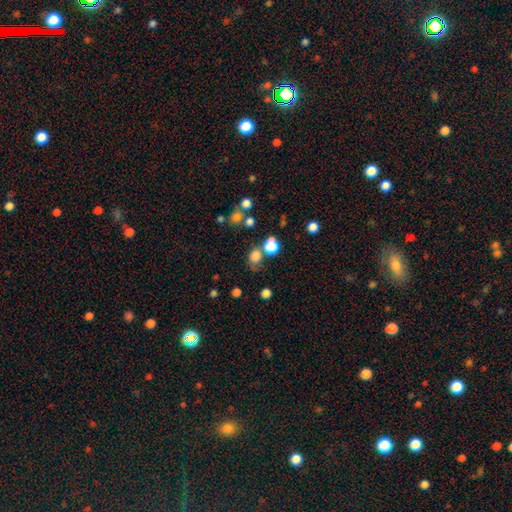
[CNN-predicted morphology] type=smooth (77%); roundness=round (72%); merging=none (60%).